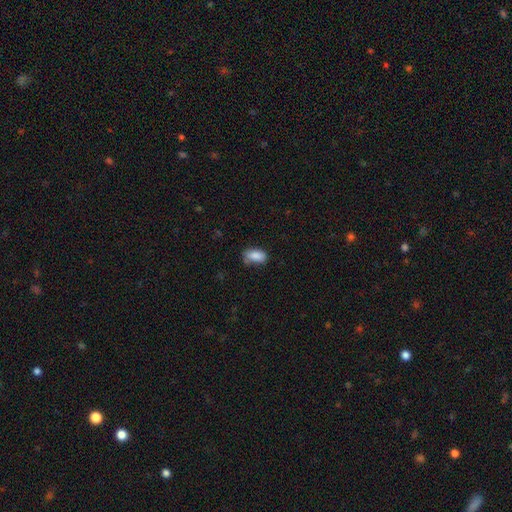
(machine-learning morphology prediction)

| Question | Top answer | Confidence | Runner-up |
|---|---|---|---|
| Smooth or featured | smooth | 85% | star or artifact (8%) |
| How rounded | in between | 92% | round (5%) |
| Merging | none | 60% | minor disturbance (29%) |